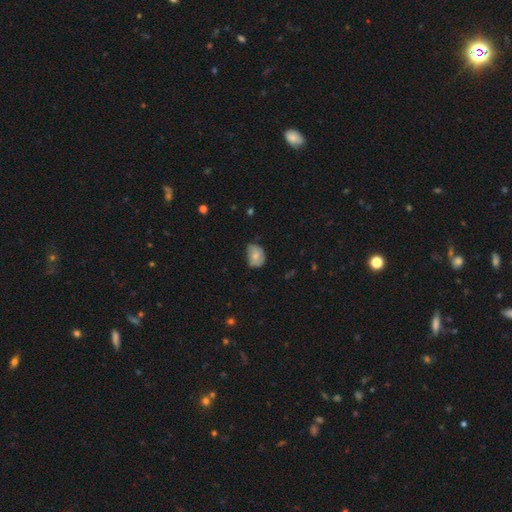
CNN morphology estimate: This is likely a smooth galaxy (66%). How rounded: likely in between (69%). Merging: possibly none (49%).